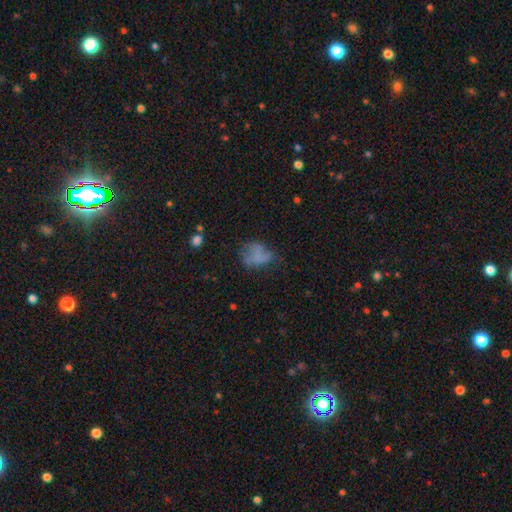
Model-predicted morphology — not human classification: smooth 58%, featured or disk 27%, star or artifact 14%. Down the decision tree: how rounded — in between (58%); merging — none (36%).